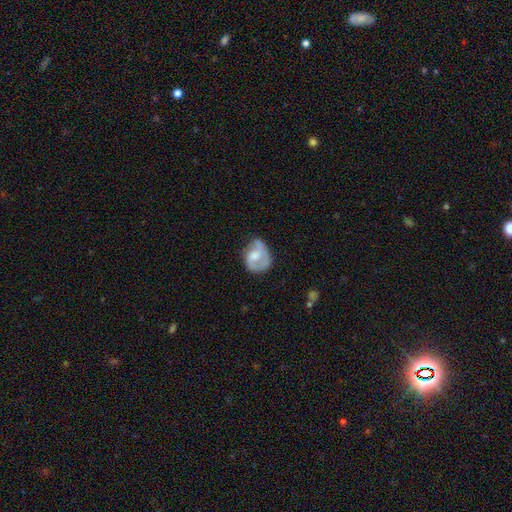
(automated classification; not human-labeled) smooth-or-featured: featured or disk: 55% | smooth: 38% | star or artifact: 6%
  disk-edge-on: no: 97% | yes: 3%
    bar: no: 66% | weak: 28% | strong: 5%
    has-spiral-arms: yes: 71% | no: 29%
    bulge-size: moderate: 48% | small: 25% | none: 13% | large: 12% | dominant: 2%
  merging: none: 43% | minor disturbance: 31% | major disturbance: 22% | merger: 3%